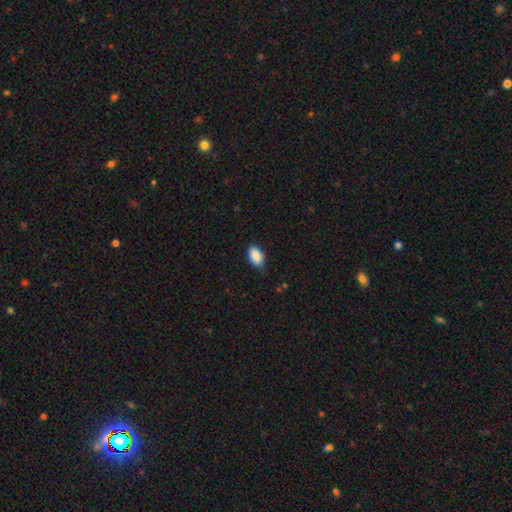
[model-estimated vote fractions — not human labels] Smooth or featured: smooth — 89% (star or artifact — 7%)
How rounded: in between — 93% (round — 5%)
Merging: none — 77% (minor disturbance — 20%)